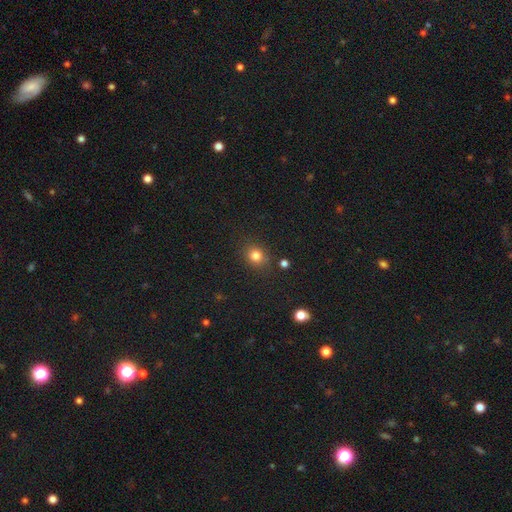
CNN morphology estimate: A smooth galaxy with no disk features (80%) that is round (74%).

Vote fractions:
- Smooth or featured? smooth: 80% / star or artifact: 14% / featured or disk: 6%
- How rounded? round: 74% / in between: 25% / cigar-shaped: 1%
- Merging? none: 82% / minor disturbance: 11% / major disturbance: 4% / merger: 3%